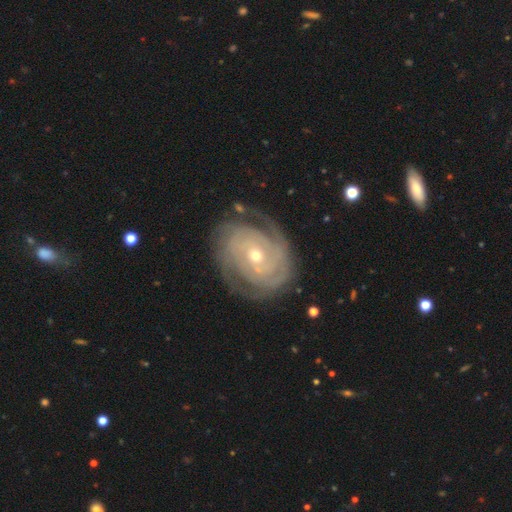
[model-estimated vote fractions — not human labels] Smooth or featured?
  - featured or disk: 88% *
  - smooth: 7%
  - star or artifact: 5%
Edge-on disk?
  - no: 97% *
  - yes: 3%
Bar?
  - no: 62% *
  - weak: 27%
  - strong: 11%
Spiral arms?
  - yes: 96% *
  - no: 4%
Spiral winding?
  - tight: 77% *
  - medium: 19%
  - loose: 4%
Spiral arm count?
  - 2: 30% *
  - can't tell: 28%
  - 3: 19%
  - 4: 10%
  - more than 4: 6%
  - 1: 6%
Bulge size?
  - small: 60% *
  - moderate: 37%
  - large: 1%
  - none: 1%
  - dominant: 1%
Merging?
  - none: 75% *
  - minor disturbance: 17%
  - major disturbance: 7%
  - merger: 2%